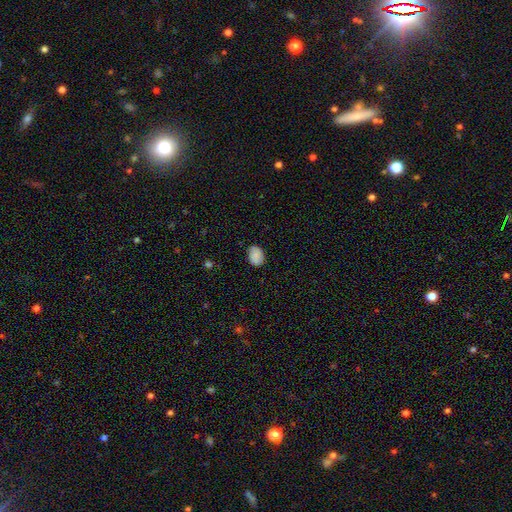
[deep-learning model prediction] Smooth or featured? smooth (86%)
How rounded? in between (72%)
Merging? none (80%)